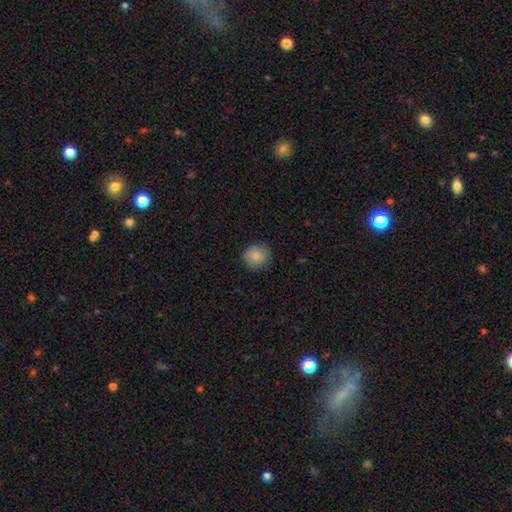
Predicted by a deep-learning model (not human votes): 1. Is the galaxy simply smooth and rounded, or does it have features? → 87% smooth, 8% star or artifact, 6% featured or disk.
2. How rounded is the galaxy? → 86% round, 13% in between, 1% cigar-shaped.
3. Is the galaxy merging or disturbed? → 86% none, 10% minor disturbance, 3% major disturbance, 1% merger.